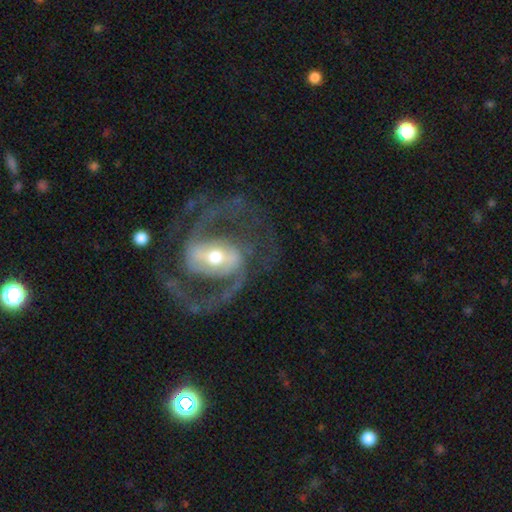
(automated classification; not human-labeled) smooth-or-featured: featured or disk: 91% | star or artifact: 5% | smooth: 4%
  disk-edge-on: no: 97% | yes: 3%
    bar: strong: 50% | weak: 33% | no: 17%
    has-spiral-arms: yes: 96% | no: 4%
      spiral-winding: medium: 61% | tight: 21% | loose: 18%
      spiral-arm-count: 2: 91% | 3: 3% | can't tell: 3% | 1: 2% | 4: 1% | more than 4: 1%
    bulge-size: moderate: 56% | small: 35% | large: 7% | dominant: 1% | none: 1%
  merging: none: 73% | major disturbance: 13% | minor disturbance: 12% | merger: 2%